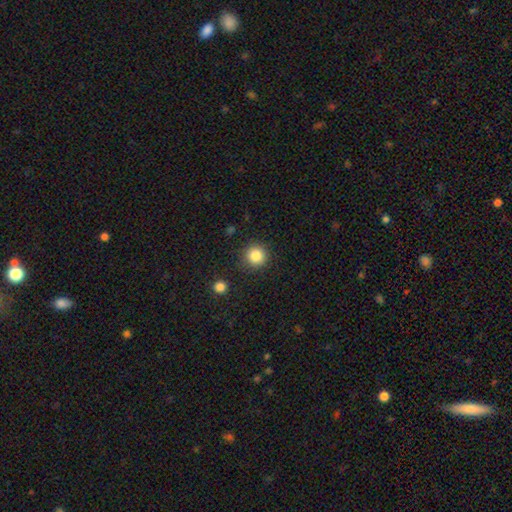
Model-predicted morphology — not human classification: This is clearly a smooth galaxy (85%). How rounded: clearly round (94%). Merging: clearly none (88%).